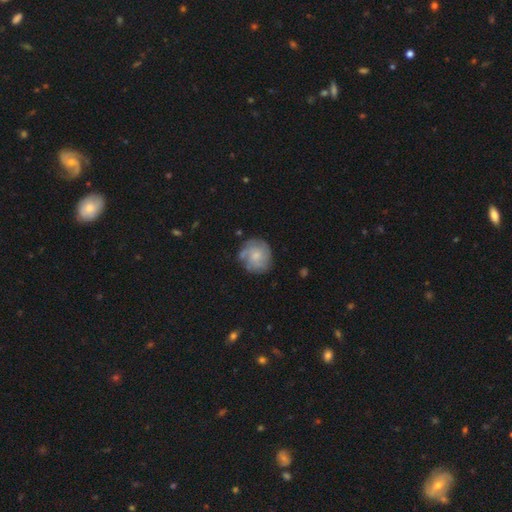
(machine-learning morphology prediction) Overall: featured or disk (49%; smooth 43%). Merging: none (69%).